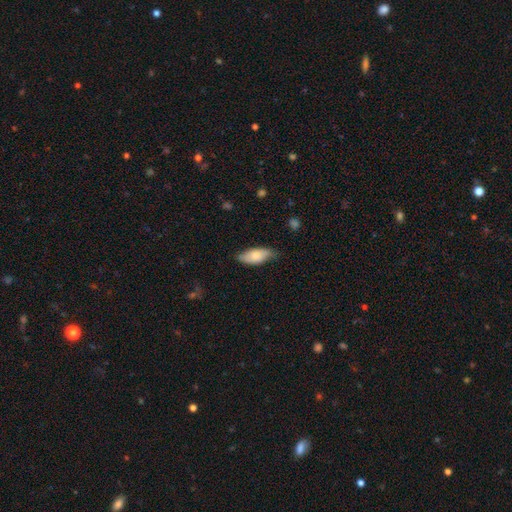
Smooth or featured? 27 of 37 (73%) said smooth. How rounded? 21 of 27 (78%) said in between. Merging? 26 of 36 (72%) said none.